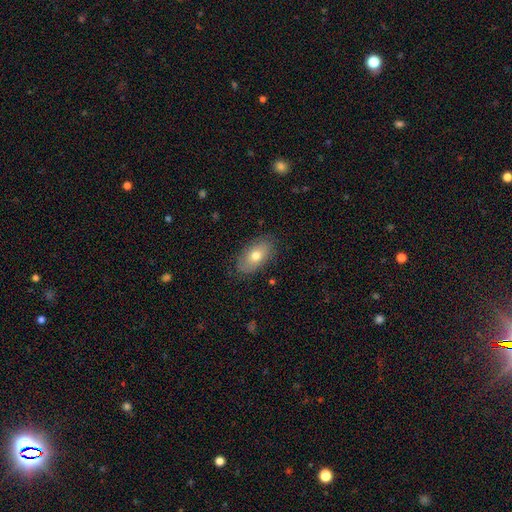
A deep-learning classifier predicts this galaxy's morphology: This appears to be a smooth galaxy with no disk features (67%) that is in between round and cigar-shaped (91%). Merging: none (82%).